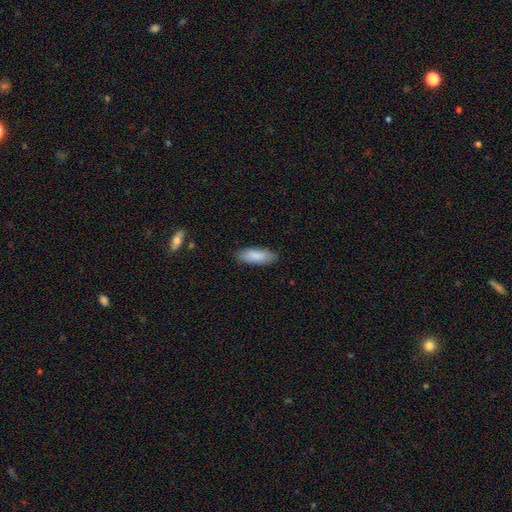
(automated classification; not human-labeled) Morphology: type=smooth (88%); roundness=in between (67%); merging=none (86%).